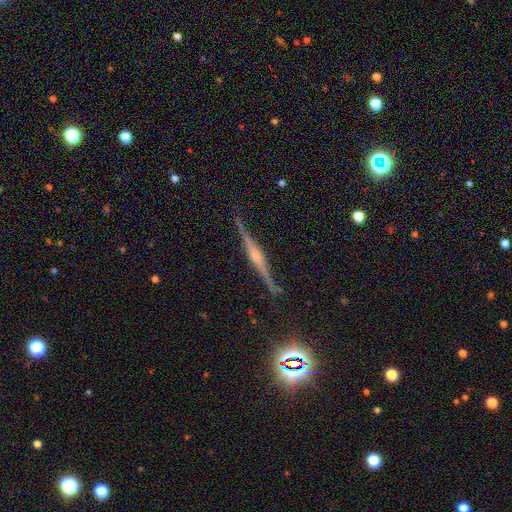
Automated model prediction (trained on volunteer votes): Overall: featured or disk (84%). Edge-on disk: yes (98%). Edge-on bulge: rounded (71%). Merging: none (89%).